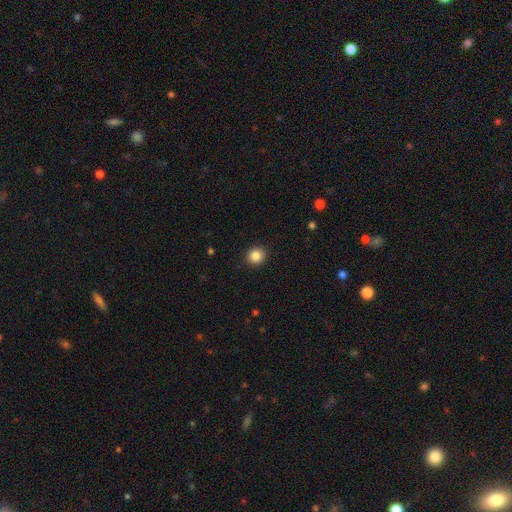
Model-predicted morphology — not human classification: smooth-or-featured: smooth: 86% | star or artifact: 10% | featured or disk: 4%
  how-rounded: round: 86% | in between: 13% | cigar-shaped: 1%
  merging: none: 92% | minor disturbance: 6% | major disturbance: 2% | merger: 1%